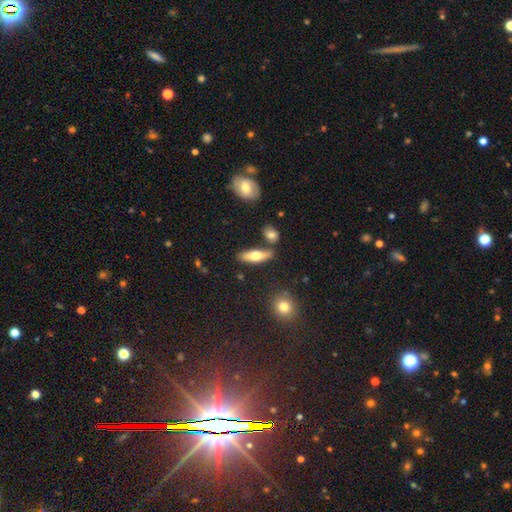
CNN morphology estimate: type=smooth (58%); roundness=in between (50%); merging=none (76%).